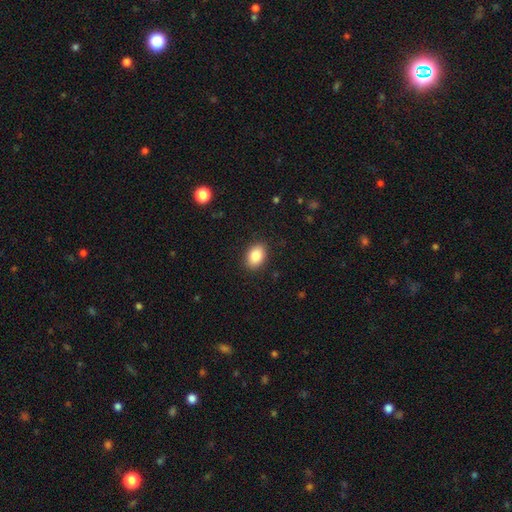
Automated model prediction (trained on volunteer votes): A smooth galaxy with no disk features (86%) that is in between round and cigar-shaped (82%).

Vote fractions:
- Smooth or featured? smooth: 86% / star or artifact: 8% / featured or disk: 6%
- How rounded? in between: 82% / round: 17% / cigar-shaped: 1%
- Merging? none: 89% / minor disturbance: 8% / major disturbance: 2% / merger: 1%